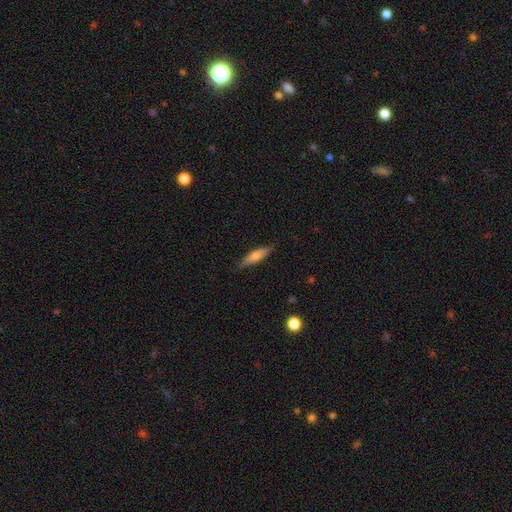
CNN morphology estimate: smooth_or_featured: smooth (p=0.57) [alt: featured or disk p=0.37]
how_rounded: cigar-shaped (p=0.79) [alt: in between p=0.19]
merging: none (p=0.86) [alt: minor disturbance p=0.11]